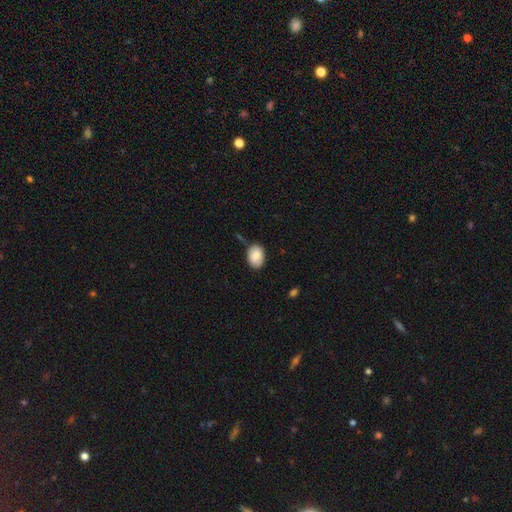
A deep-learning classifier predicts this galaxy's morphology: Q: Smooth or featured?
A: smooth (84%); runner-up: featured or disk (9%)
Q: How rounded?
A: in between (79%); runner-up: round (20%)
Q: Merging?
A: none (75%); runner-up: minor disturbance (18%)